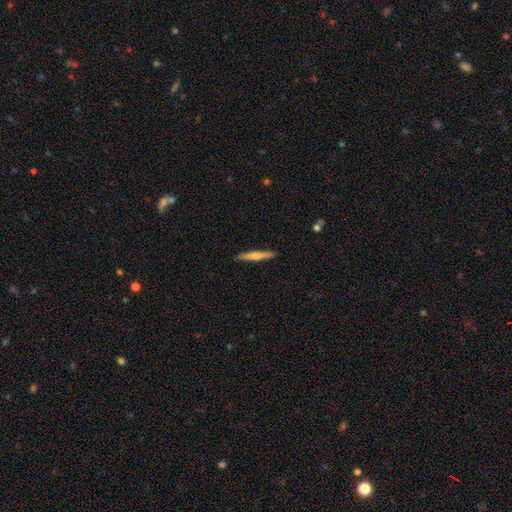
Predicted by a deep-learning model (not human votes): The model was most divided on "smooth or featured": smooth: 55%, featured or disk: 40%, star or artifact: 5%. More confident: how rounded — cigar-shaped (95%); merging — none (91%).